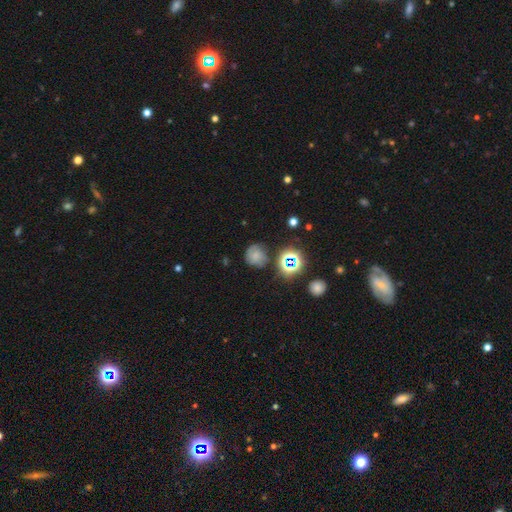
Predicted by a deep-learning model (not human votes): A smooth galaxy with no disk features (57%) that is round (83%).

Vote fractions:
- Smooth or featured? smooth: 57% / star or artifact: 22% / featured or disk: 21%
- How rounded? round: 83% / in between: 16% / cigar-shaped: 1%
- Merging? none: 68% / minor disturbance: 21% / major disturbance: 7% / merger: 4%